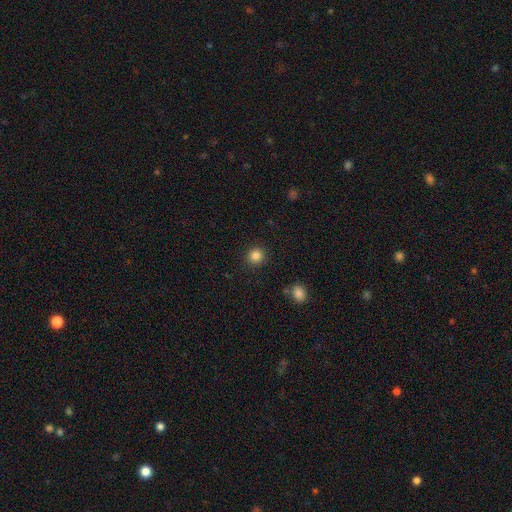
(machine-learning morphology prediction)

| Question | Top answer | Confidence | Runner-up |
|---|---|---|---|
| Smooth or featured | smooth | 85% | star or artifact (11%) |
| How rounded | round | 92% | in between (7%) |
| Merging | none | 91% | minor disturbance (6%) |